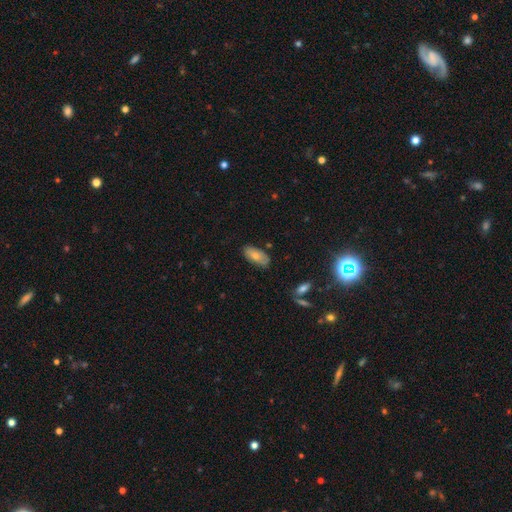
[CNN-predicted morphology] This appears to be a smooth galaxy with no disk features (71%) that is in between round and cigar-shaped (91%). Merging: none (78%).